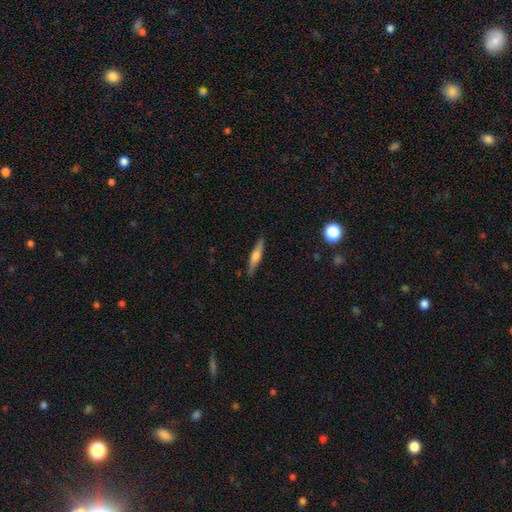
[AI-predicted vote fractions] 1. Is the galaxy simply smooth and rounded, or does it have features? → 49% smooth, 44% featured or disk, 6% star or artifact.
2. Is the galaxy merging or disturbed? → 87% none, 10% minor disturbance, 2% major disturbance, 1% merger.